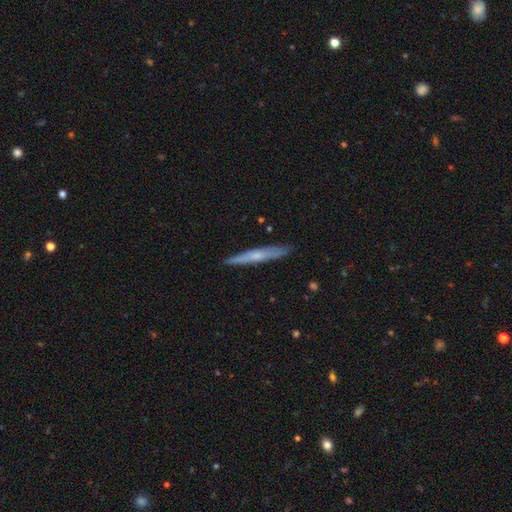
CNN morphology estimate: Smooth or featured?
  - featured or disk: 49% *
  - smooth: 45%
  - star or artifact: 6%
Merging?
  - none: 89% *
  - minor disturbance: 8%
  - major disturbance: 1%
  - merger: 1%